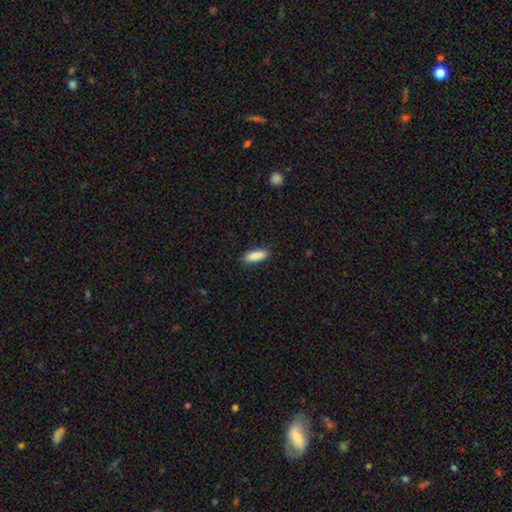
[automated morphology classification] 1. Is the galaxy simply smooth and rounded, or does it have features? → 89% smooth, 6% star or artifact, 5% featured or disk.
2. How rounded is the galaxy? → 64% in between, 34% cigar-shaped, 2% round.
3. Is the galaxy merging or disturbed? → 88% none, 9% minor disturbance, 2% major disturbance, 1% merger.